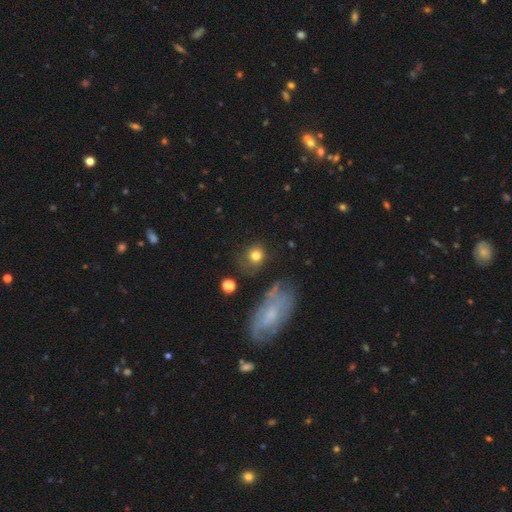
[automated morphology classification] Smooth or featured?
  - smooth: 78% *
  - featured or disk: 11%
  - star or artifact: 11%
How rounded?
  - round: 79% *
  - in between: 19%
  - cigar-shaped: 1%
Merging?
  - none: 70% *
  - minor disturbance: 16%
  - major disturbance: 9%
  - merger: 5%